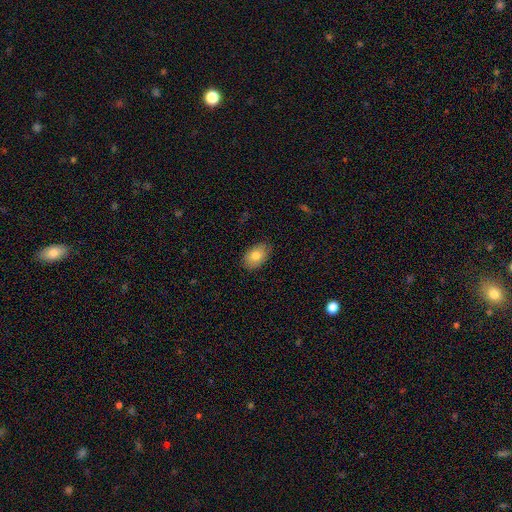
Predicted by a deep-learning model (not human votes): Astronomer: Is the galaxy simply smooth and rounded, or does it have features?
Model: smooth — 80%.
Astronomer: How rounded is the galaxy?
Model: in between — 85%.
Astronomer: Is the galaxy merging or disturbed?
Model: none — 85%.